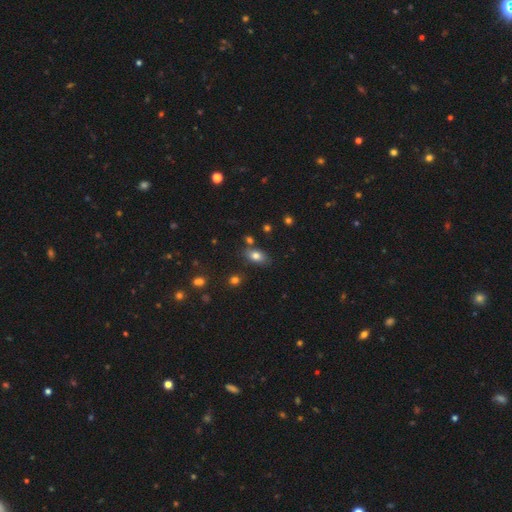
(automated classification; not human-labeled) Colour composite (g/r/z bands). It shows a smooth galaxy with no disk features (78%) that is in between round and cigar-shaped (85%). Merging: none (75%).